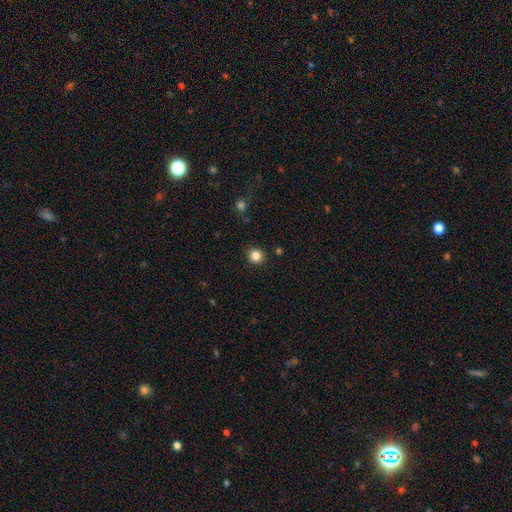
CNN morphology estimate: smooth-or-featured: smooth: 84% | star or artifact: 12% | featured or disk: 4%
  how-rounded: round: 92% | in between: 7% | cigar-shaped: 1%
  merging: none: 91% | minor disturbance: 6% | major disturbance: 2% | merger: 2%